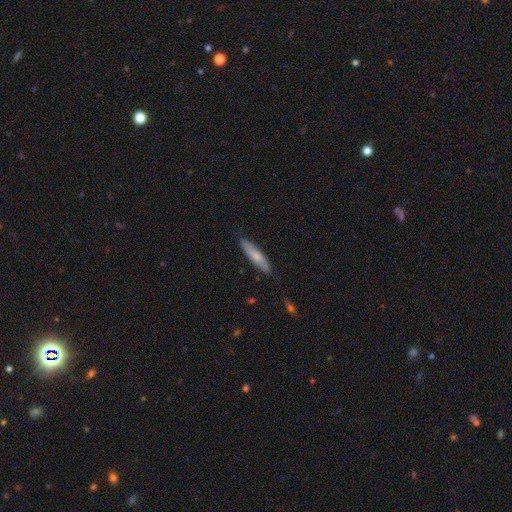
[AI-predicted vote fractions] The model was most divided on "smooth or featured": smooth: 70%, featured or disk: 24%, star or artifact: 6%. More confident: merging — none (85%); how rounded — cigar-shaped (79%).